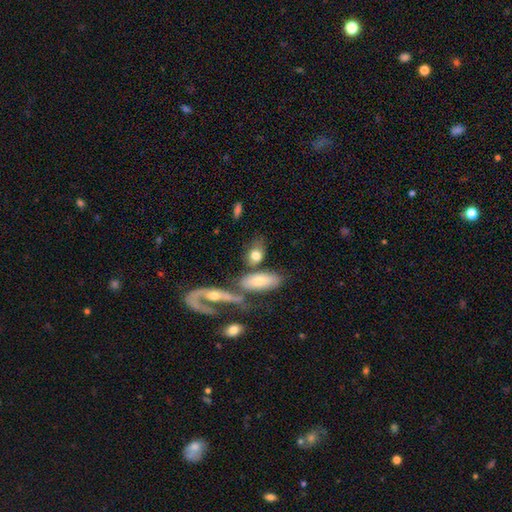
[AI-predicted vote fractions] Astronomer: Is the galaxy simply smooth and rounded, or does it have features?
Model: smooth — 71%.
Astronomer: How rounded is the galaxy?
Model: in between — 76%.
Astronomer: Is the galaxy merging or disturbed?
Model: none — 44% (runner-up: merger, 32%).